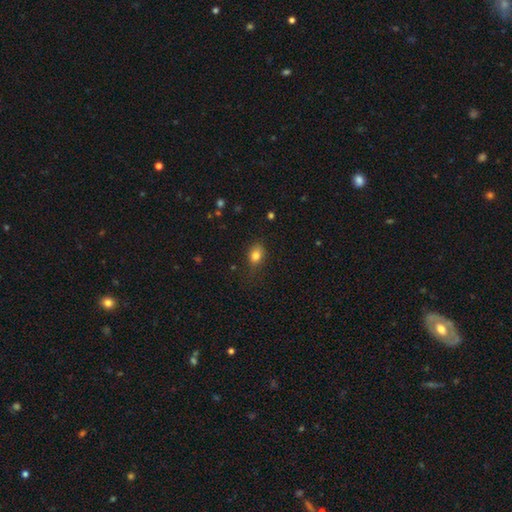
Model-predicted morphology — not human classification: Smooth or featured? Predicted: smooth (p=0.81). How rounded? Predicted: in between (p=0.64). Merging? Predicted: none (p=0.70).